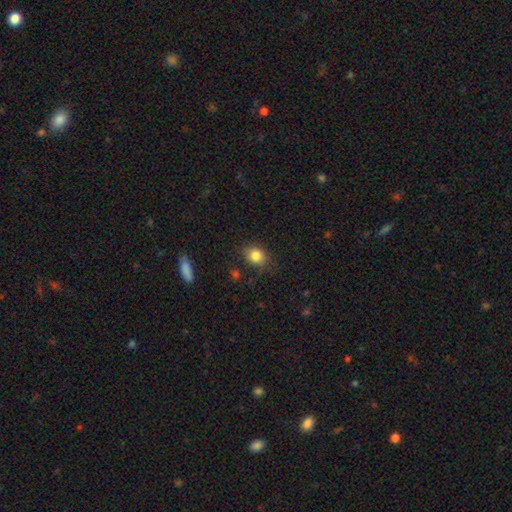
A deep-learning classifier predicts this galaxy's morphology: smooth 84%, star or artifact 10%, featured or disk 6%. Down the decision tree: how rounded — round (53%); merging — none (80%).